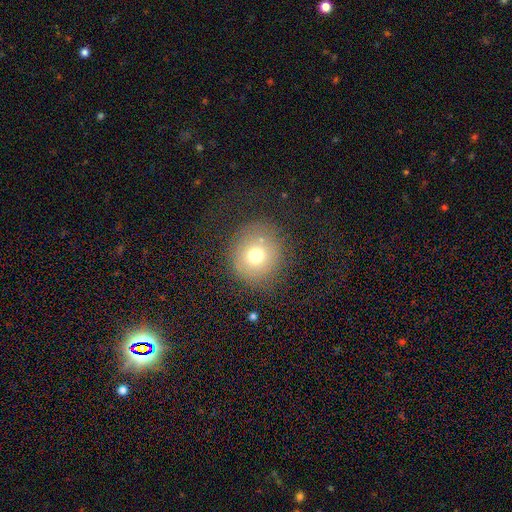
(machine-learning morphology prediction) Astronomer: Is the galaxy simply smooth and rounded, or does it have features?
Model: smooth — 71%.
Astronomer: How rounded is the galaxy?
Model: round — 89%.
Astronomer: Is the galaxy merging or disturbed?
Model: none — 79%.